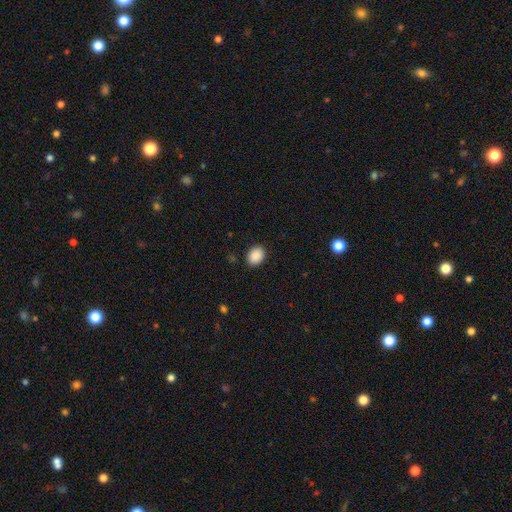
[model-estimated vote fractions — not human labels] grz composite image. It shows a smooth galaxy with no disk features (90%) that is in between round and cigar-shaped (71%). Merging: none (89%).